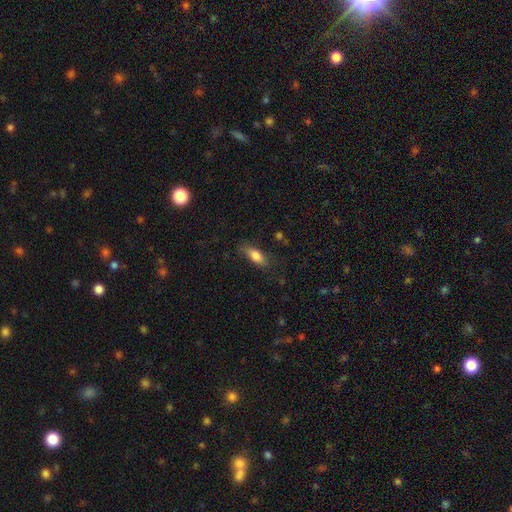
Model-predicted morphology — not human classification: smooth_or_featured: smooth (p=0.78) [alt: featured or disk p=0.14]
how_rounded: in between (p=0.73) [alt: cigar-shaped p=0.24]
merging: none (p=0.72) [alt: minor disturbance p=0.20]